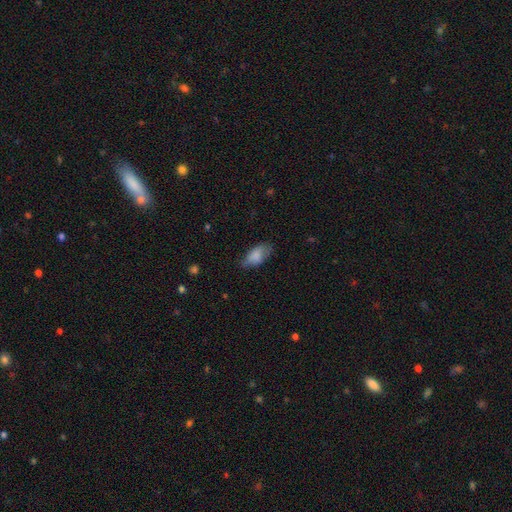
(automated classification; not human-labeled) Smooth or featured? smooth (78%)
How rounded? in between (91%)
Merging? none (57%)